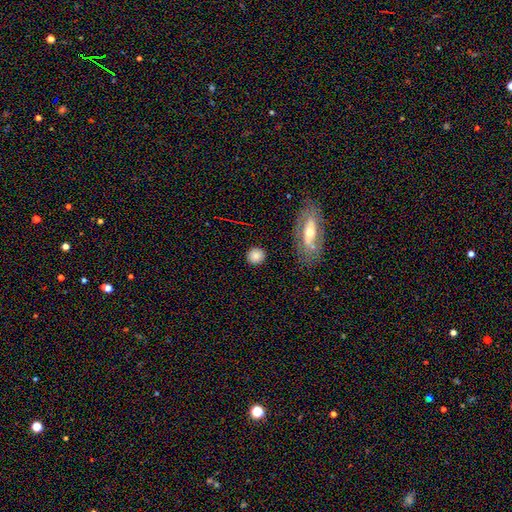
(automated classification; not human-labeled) Smooth or featured? smooth (81%)
How rounded? round (89%)
Merging? none (88%)